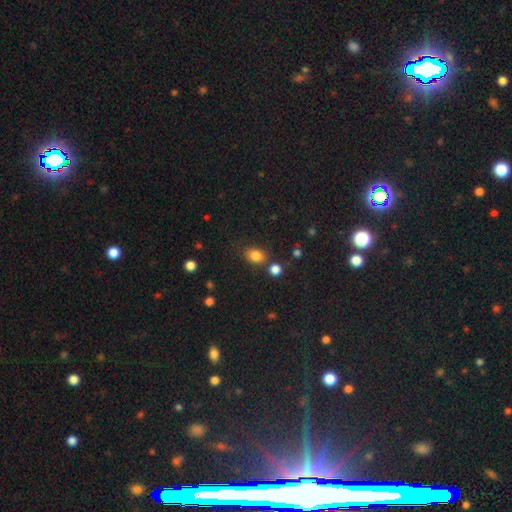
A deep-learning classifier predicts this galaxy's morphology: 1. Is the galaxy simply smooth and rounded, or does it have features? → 83% smooth, 11% star or artifact, 6% featured or disk.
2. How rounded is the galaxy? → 67% in between, 32% round, 1% cigar-shaped.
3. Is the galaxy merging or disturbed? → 74% none, 13% minor disturbance, 9% merger, 4% major disturbance.